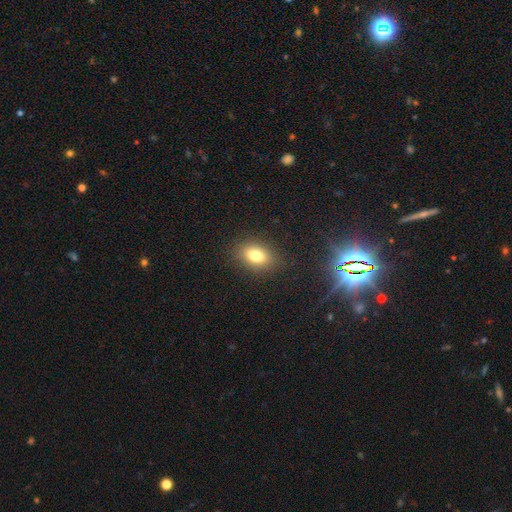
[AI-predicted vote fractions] Smooth or featured: smooth — 79% (star or artifact — 11%)
How rounded: in between — 79% (round — 19%)
Merging: none — 86% (minor disturbance — 9%)